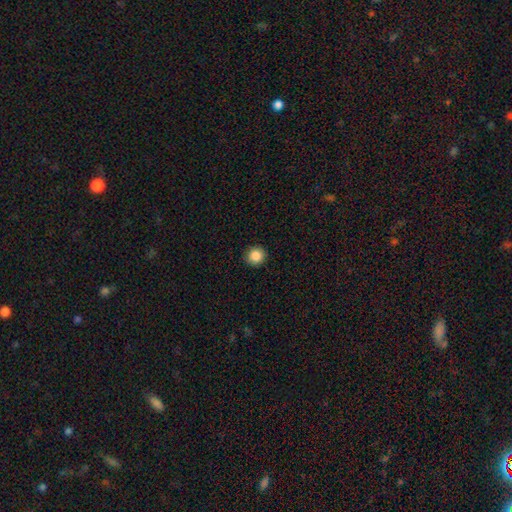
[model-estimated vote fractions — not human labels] A smooth galaxy with no disk features (86%) that is round (93%).

Vote fractions:
- Smooth or featured? smooth: 86% / star or artifact: 10% / featured or disk: 4%
- How rounded? round: 93% / in between: 6% / cigar-shaped: 1%
- Merging? none: 92% / minor disturbance: 6% / major disturbance: 2% / merger: 1%